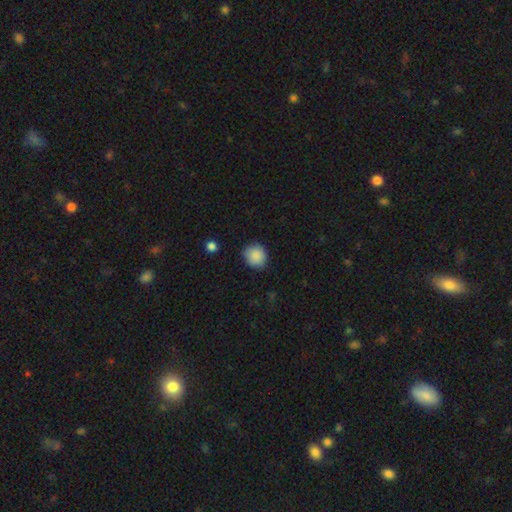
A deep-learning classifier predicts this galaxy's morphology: smooth 88%, star or artifact 8%, featured or disk 4%. Down the decision tree: how rounded — round (83%); merging — none (80%).